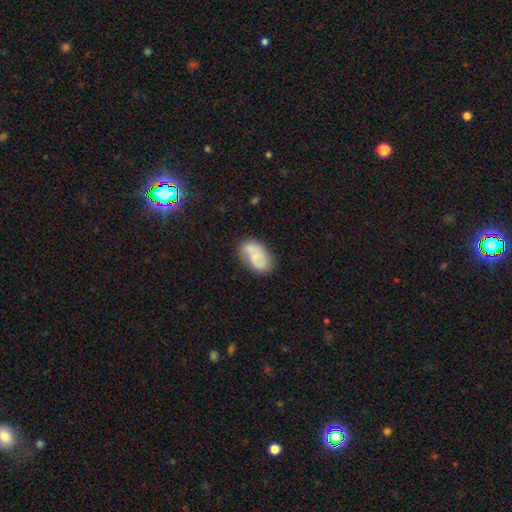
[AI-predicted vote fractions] Smooth or featured: smooth — 52% (featured or disk — 39%)
How rounded: in between — 91% (round — 7%)
Merging: none — 65% (minor disturbance — 23%)